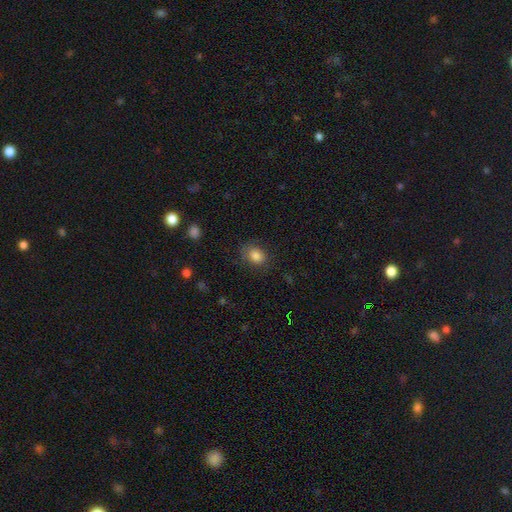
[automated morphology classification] smooth_or_featured: smooth (p=0.83) [alt: star or artifact p=0.10]
how_rounded: in between (p=0.56) [alt: round p=0.43]
merging: none (p=0.75) [alt: minor disturbance p=0.18]